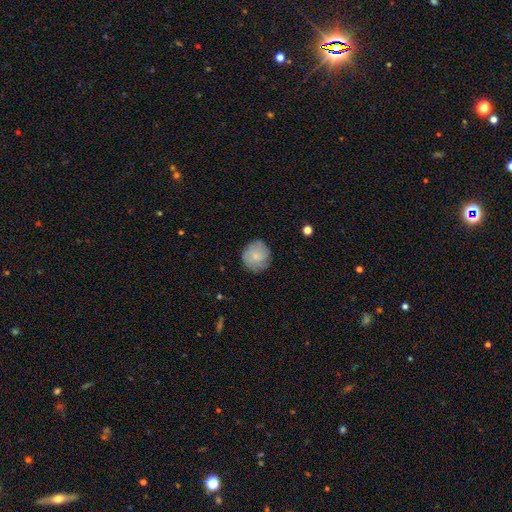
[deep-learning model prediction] smooth-or-featured: smooth: 74% | featured or disk: 18% | star or artifact: 8%
  how-rounded: round: 91% | in between: 8% | cigar-shaped: 1%
  merging: none: 79% | minor disturbance: 16% | major disturbance: 4% | merger: 1%